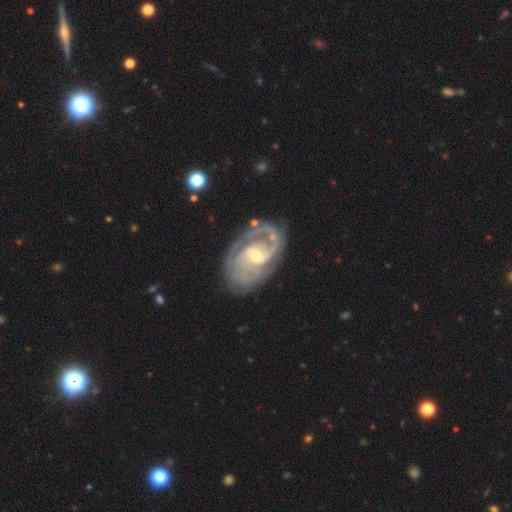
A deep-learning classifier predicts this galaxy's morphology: Smooth or featured? Predicted: featured or disk (p=0.90). Edge-on disk? Predicted: no (p=0.97). Bar? Predicted: weak (p=0.49). Spiral arms? Predicted: yes (p=0.97). Spiral winding? Predicted: tight (p=0.45). Spiral arm count? Predicted: 2 (p=0.63). Bulge size? Predicted: small (p=0.48). Merging? Predicted: none (p=0.69).